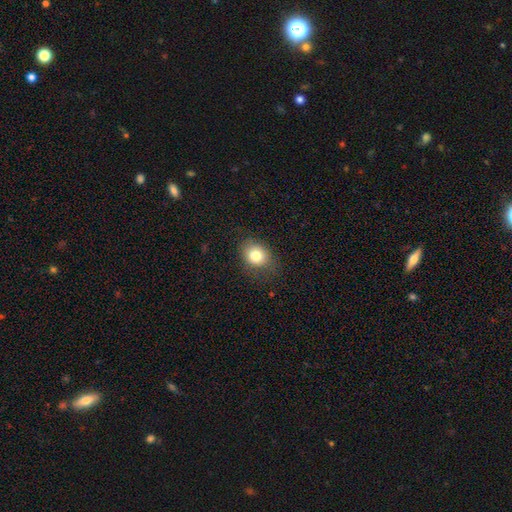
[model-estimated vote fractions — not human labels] Smooth or featured? Predicted: smooth (p=0.80). How rounded? Predicted: round (p=0.50). Merging? Predicted: none (p=0.78).